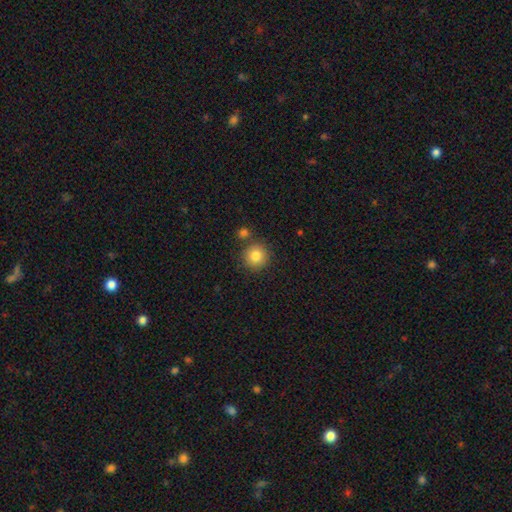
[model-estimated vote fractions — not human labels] smooth-or-featured: smooth: 83% | star or artifact: 10% | featured or disk: 7%
  how-rounded: round: 94% | in between: 5% | cigar-shaped: 1%
  merging: none: 81% | merger: 9% | minor disturbance: 8% | major disturbance: 2%